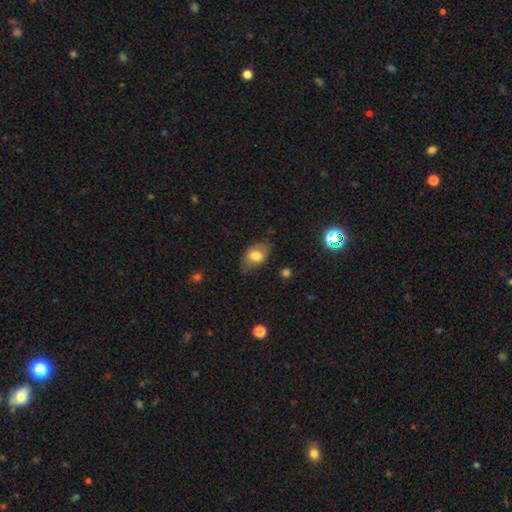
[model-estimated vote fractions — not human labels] Smooth or featured?
  - smooth: 73% *
  - featured or disk: 19%
  - star or artifact: 8%
How rounded?
  - in between: 86% *
  - round: 13%
  - cigar-shaped: 2%
Merging?
  - none: 65% *
  - minor disturbance: 26%
  - major disturbance: 8%
  - merger: 2%